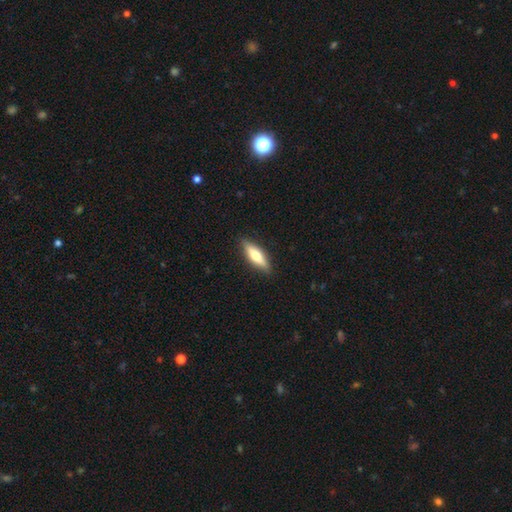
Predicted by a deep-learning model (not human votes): Smooth or featured? Predicted: smooth (p=0.53). How rounded? Predicted: cigar-shaped (p=0.60). Merging? Predicted: none (p=0.89).